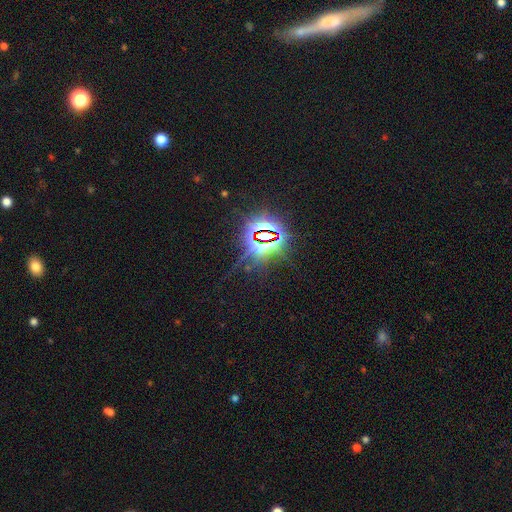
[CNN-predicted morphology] A star or artifact, not a galaxy (79%).